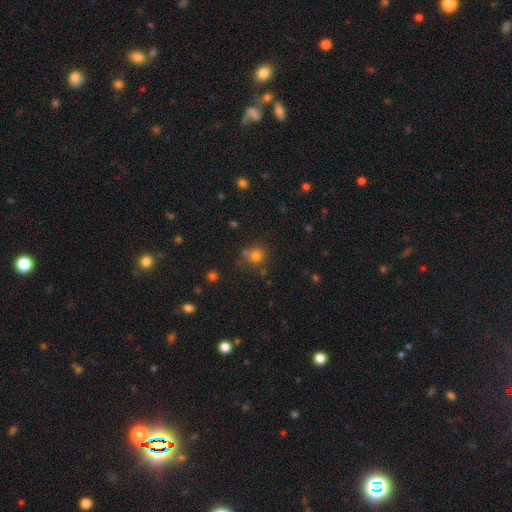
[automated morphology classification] type=smooth (76%); roundness=round (90%); merging=none (69%).